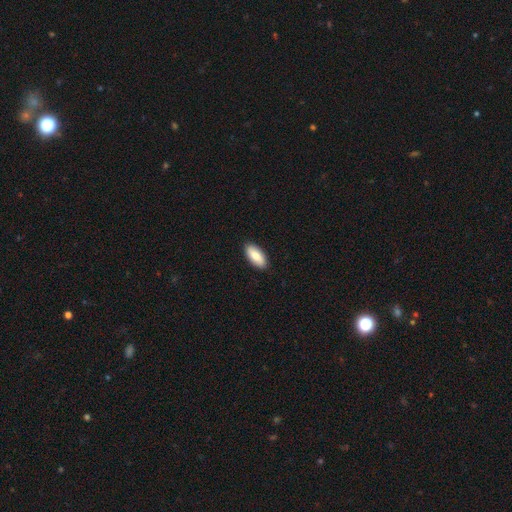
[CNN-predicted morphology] smooth_or_featured: smooth (p=0.80) [alt: featured or disk p=0.14]
how_rounded: in between (p=0.88) [alt: cigar-shaped p=0.09]
merging: none (p=0.89) [alt: minor disturbance p=0.08]